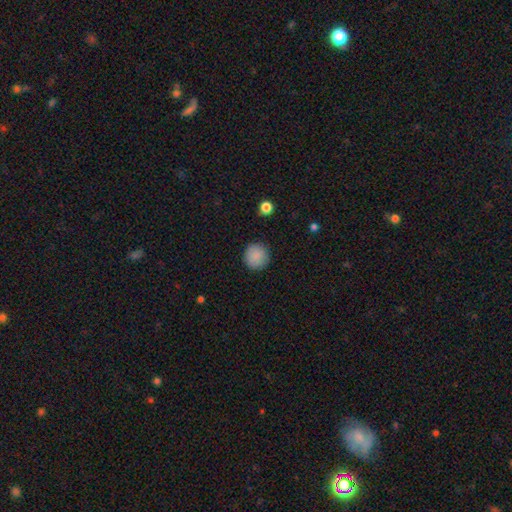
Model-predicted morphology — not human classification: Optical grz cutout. It shows a smooth galaxy with no disk features (88%) that is round (95%). Merging: none (91%).